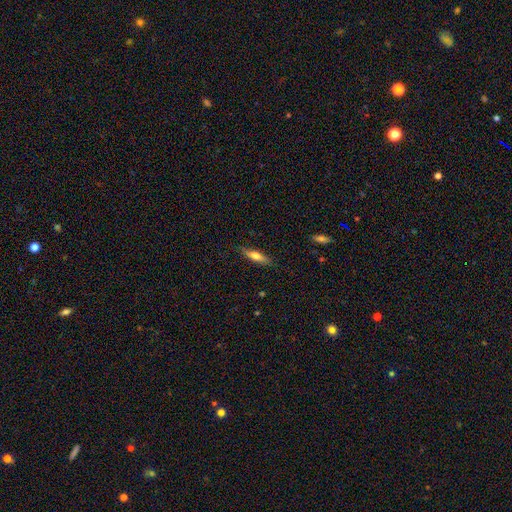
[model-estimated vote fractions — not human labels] The model was most divided on "smooth or featured": smooth: 58%, featured or disk: 35%, star or artifact: 6%. More confident: merging — none (84%); how rounded — cigar-shaped (72%).